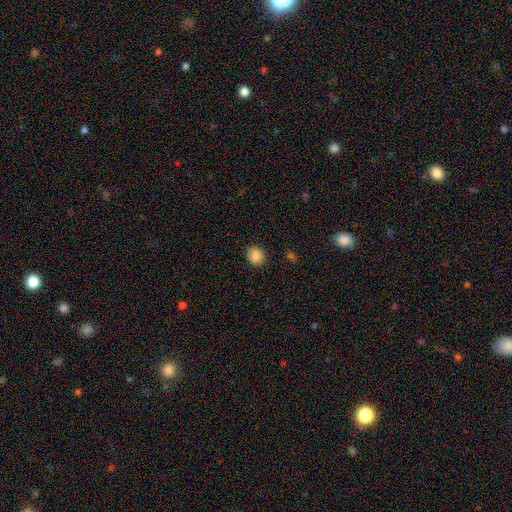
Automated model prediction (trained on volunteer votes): This is clearly a smooth galaxy (88%). How rounded: likely round (67%). Merging: clearly none (89%).